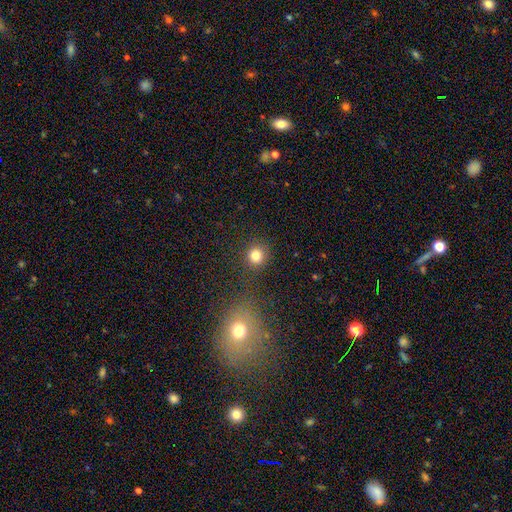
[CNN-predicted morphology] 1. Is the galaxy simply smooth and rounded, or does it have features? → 81% smooth, 13% star or artifact, 6% featured or disk.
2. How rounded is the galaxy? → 91% round, 8% in between, 1% cigar-shaped.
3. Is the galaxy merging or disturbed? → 87% none, 7% minor disturbance, 3% merger, 3% major disturbance.